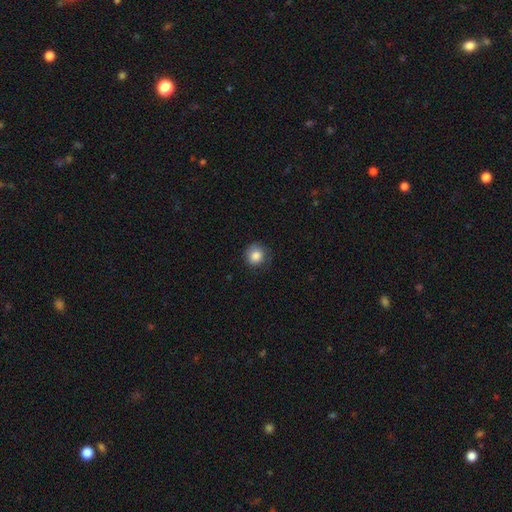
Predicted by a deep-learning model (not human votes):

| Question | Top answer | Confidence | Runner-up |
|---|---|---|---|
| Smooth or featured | smooth | 84% | star or artifact (9%) |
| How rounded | round | 86% | in between (13%) |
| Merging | none | 74% | minor disturbance (19%) |